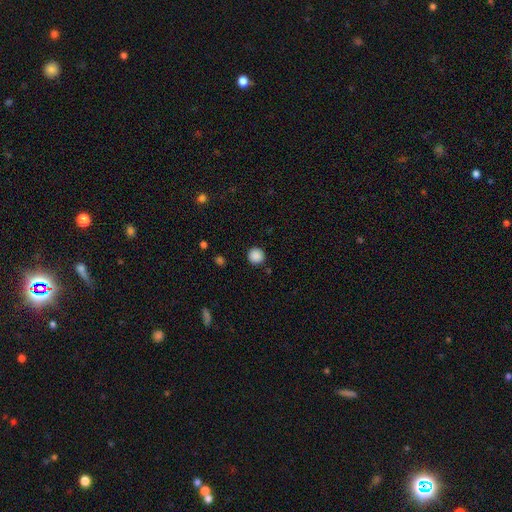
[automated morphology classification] Q: Smooth or featured?
A: smooth (88%); runner-up: star or artifact (9%)
Q: How rounded?
A: round (94%); runner-up: in between (5%)
Q: Merging?
A: none (90%); runner-up: minor disturbance (6%)